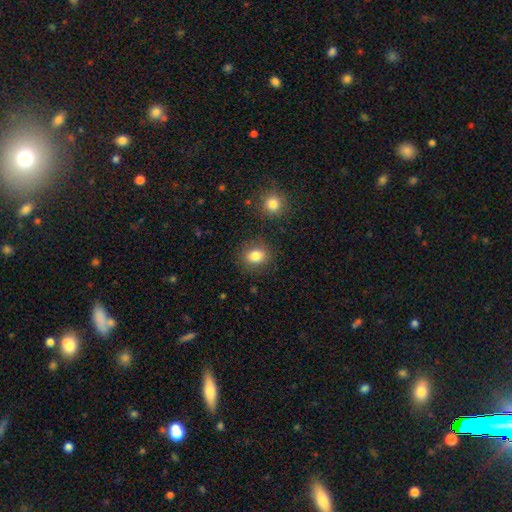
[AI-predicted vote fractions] Smooth or featured?
  - smooth: 83% *
  - star or artifact: 11%
  - featured or disk: 7%
How rounded?
  - round: 58% *
  - in between: 41%
  - cigar-shaped: 1%
Merging?
  - none: 84% *
  - minor disturbance: 10%
  - major disturbance: 3%
  - merger: 3%